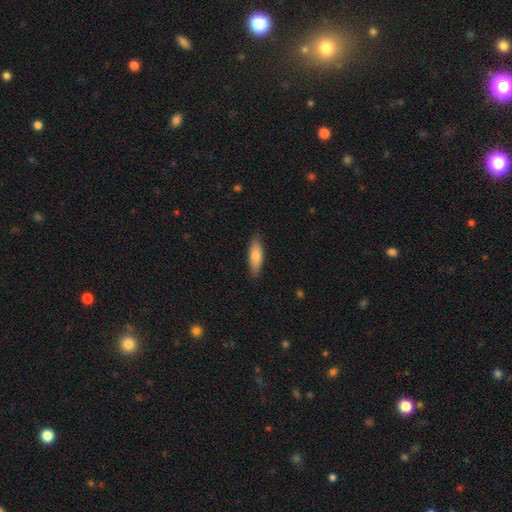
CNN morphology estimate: Overall: smooth (78%). How rounded: in between (55%; cigar-shaped 43%). Merging: none (85%).